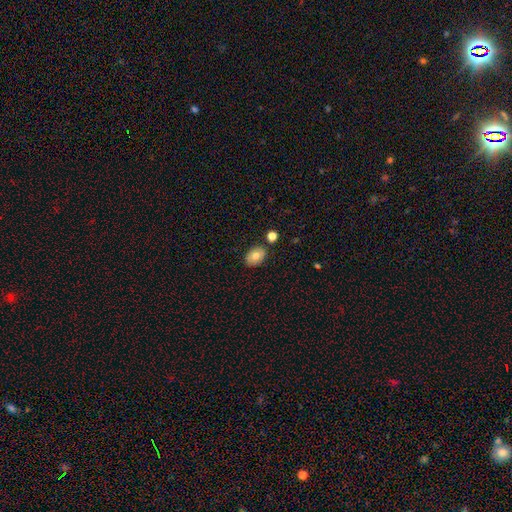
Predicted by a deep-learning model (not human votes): This appears to be a smooth galaxy with no disk features (76%) that is in between round and cigar-shaped (82%). Merging: none (82%).